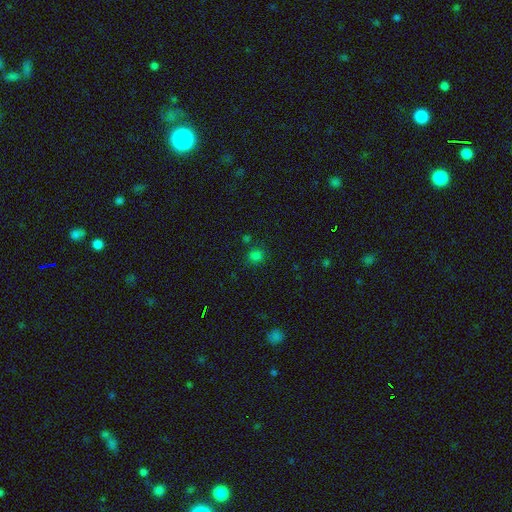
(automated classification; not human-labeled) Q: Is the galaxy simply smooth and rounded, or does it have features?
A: smooth — 73%.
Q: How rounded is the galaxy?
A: round — 76%.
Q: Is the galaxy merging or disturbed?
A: none — 76%.